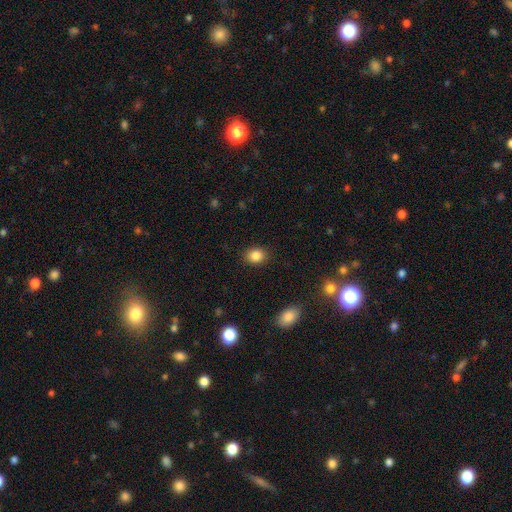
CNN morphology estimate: This appears to be a smooth galaxy with no disk features (85%) that is round (55%). Merging: none (88%).